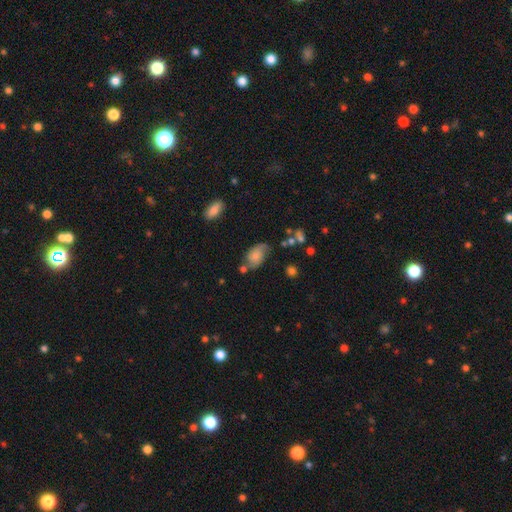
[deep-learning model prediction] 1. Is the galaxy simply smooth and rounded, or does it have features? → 54% smooth, 36% featured or disk, 10% star or artifact.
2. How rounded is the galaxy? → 86% in between, 12% round, 2% cigar-shaped.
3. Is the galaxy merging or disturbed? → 49% none, 29% minor disturbance, 13% major disturbance, 10% merger.